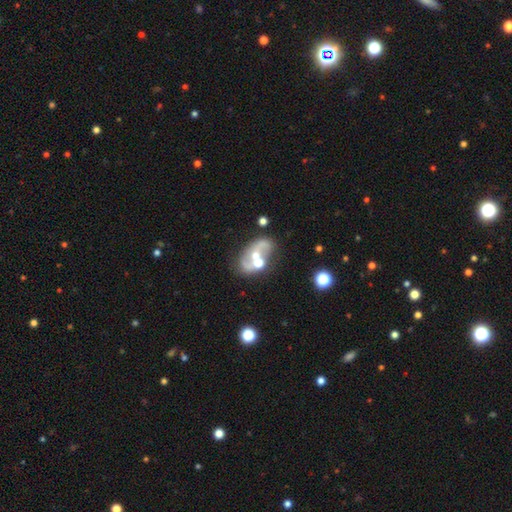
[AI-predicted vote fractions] Morphology: type=featured or disk (69%); edge-on=no (96%); bar=no (62%); spiral arms=yes (65%); bulge=moderate (62%); merging=none (41%).